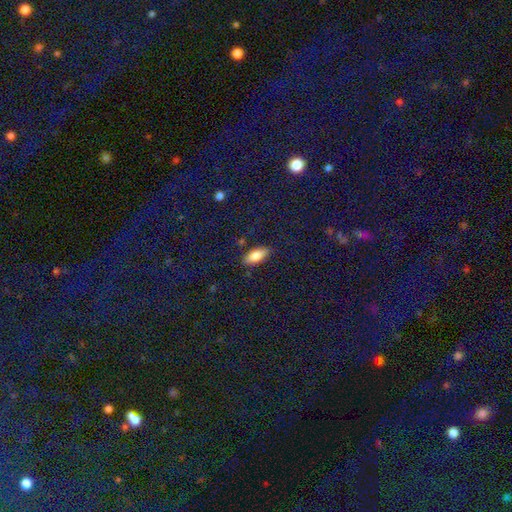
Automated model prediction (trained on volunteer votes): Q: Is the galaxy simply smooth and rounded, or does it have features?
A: smooth — 80%.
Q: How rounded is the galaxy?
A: in between — 82%.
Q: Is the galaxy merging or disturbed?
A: none — 86%.